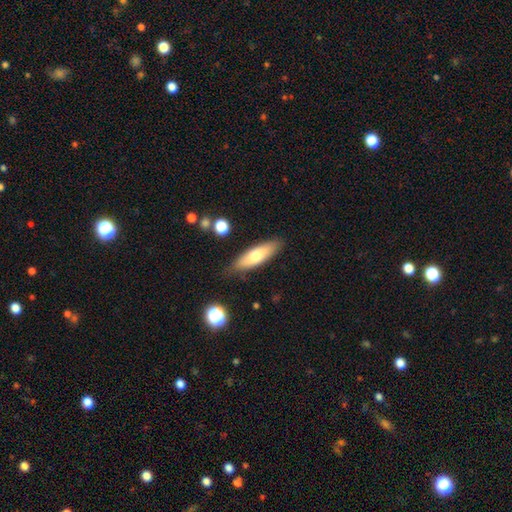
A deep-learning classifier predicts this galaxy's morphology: This is likely a smooth galaxy (69%). How rounded: possibly cigar-shaped (53%). Merging: clearly none (82%).